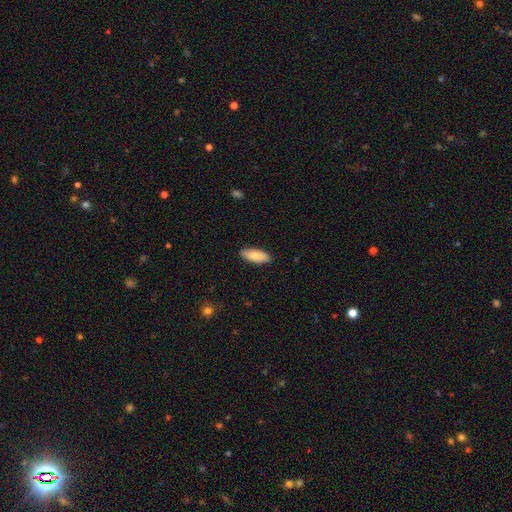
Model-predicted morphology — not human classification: Smooth or featured? smooth (81%)
How rounded? in between (80%)
Merging? none (89%)